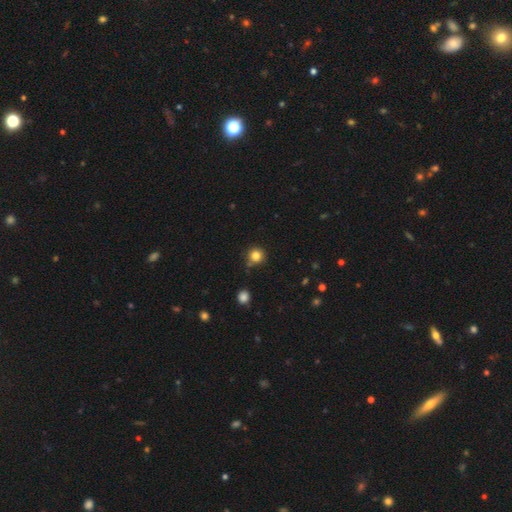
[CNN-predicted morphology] Smooth or featured? Predicted: smooth (p=0.82). How rounded? Predicted: round (p=0.92). Merging? Predicted: none (p=0.78).